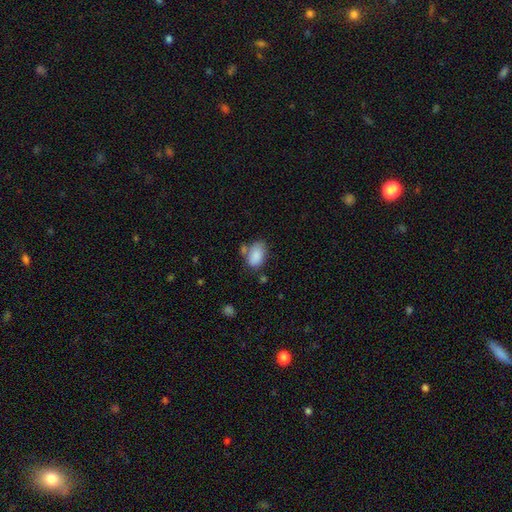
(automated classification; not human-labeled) This is clearly a smooth galaxy (85%). How rounded: clearly in between (89%). Merging: possibly none (52%).